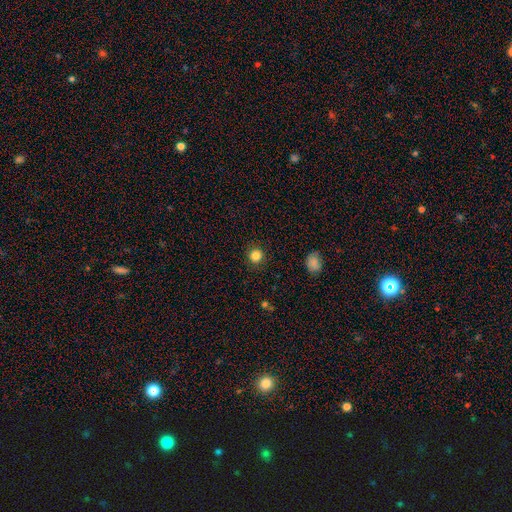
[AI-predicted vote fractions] Smooth or featured?
  - smooth: 84% *
  - star or artifact: 12%
  - featured or disk: 4%
How rounded?
  - round: 93% *
  - in between: 6%
  - cigar-shaped: 1%
Merging?
  - none: 91% *
  - minor disturbance: 6%
  - major disturbance: 2%
  - merger: 1%